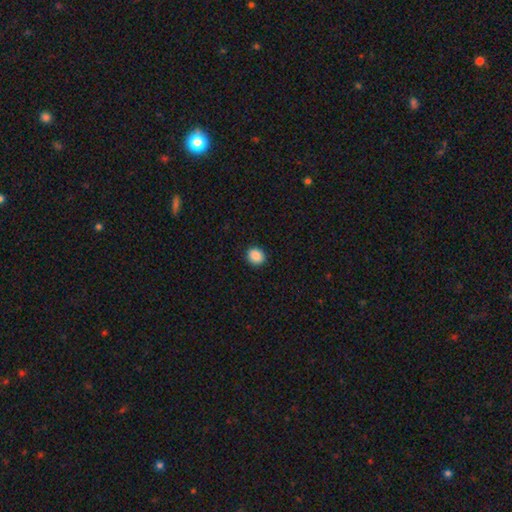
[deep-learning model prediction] A smooth galaxy with no disk features (89%) that is round (81%). Merging: none (91%).